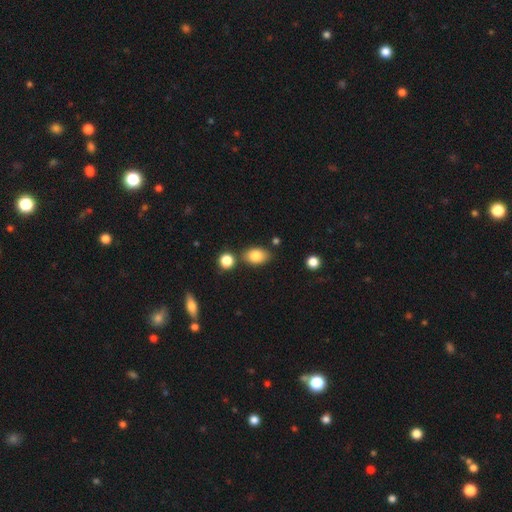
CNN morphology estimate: The model was most divided on "merging": none: 75%, minor disturbance: 12%, merger: 10%, major disturbance: 3%. More confident: smooth or featured — smooth (84%); how rounded — in between (83%).